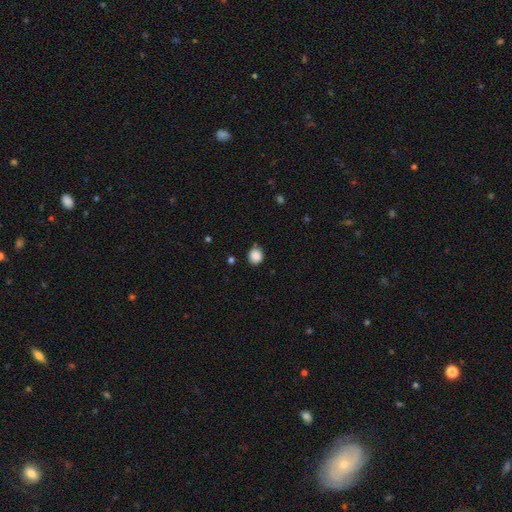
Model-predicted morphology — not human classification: A smooth galaxy with no disk features (88%) that is round (81%).

Vote fractions:
- Smooth or featured? smooth: 88% / star or artifact: 9% / featured or disk: 3%
- How rounded? round: 81% / in between: 18% / cigar-shaped: 1%
- Merging? none: 82% / minor disturbance: 13% / major disturbance: 3% / merger: 2%